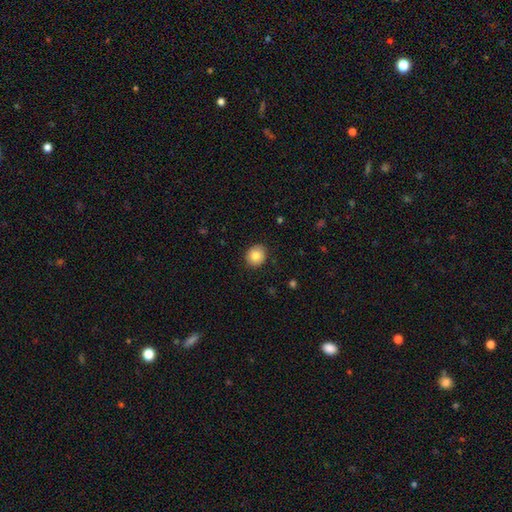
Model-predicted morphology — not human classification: smooth 83%, featured or disk 9%, star or artifact 8%. Down the decision tree: how rounded — round (80%); merging — none (88%).